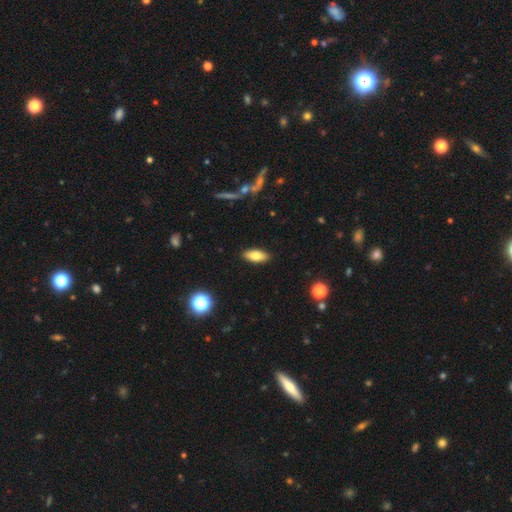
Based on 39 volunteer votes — Smooth or featured?
  - smooth: 82% *
  - star or artifact: 10%
  - featured or disk: 8%
How rounded?
  - in between: 94% *
  - round: 3%
  - cigar-shaped: 3%
Merging?
  - none: 89% *
  - minor disturbance: 11%
  - major disturbance: 0%
  - merger: 0%